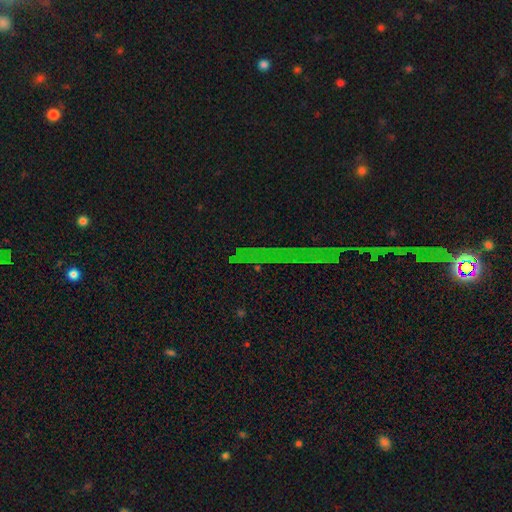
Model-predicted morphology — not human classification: Overall: star or artifact (77%).